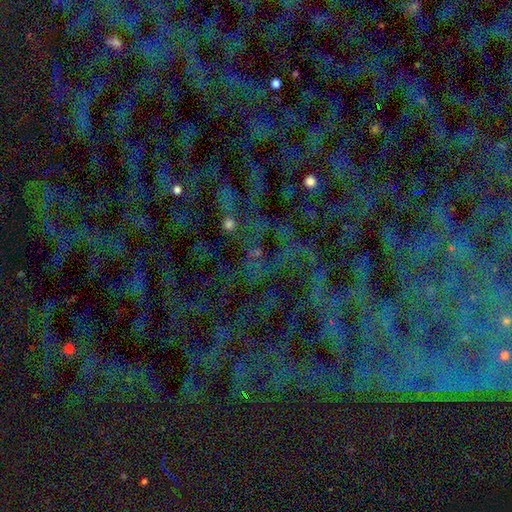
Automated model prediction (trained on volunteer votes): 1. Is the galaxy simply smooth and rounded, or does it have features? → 79% star or artifact, 11% smooth, 10% featured or disk.